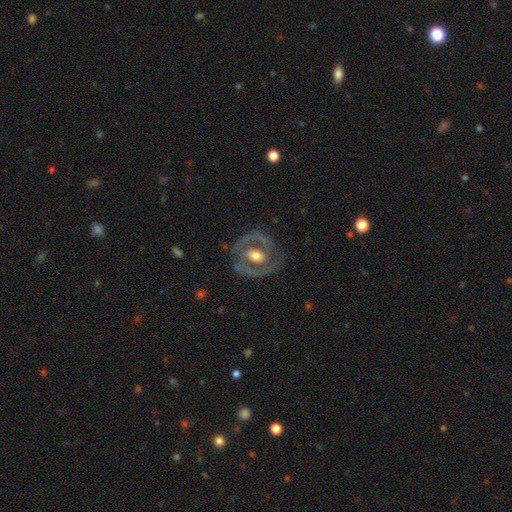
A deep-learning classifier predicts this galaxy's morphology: A featured or disk galaxy (74%) with no bar (54%), spiral arms (56%) and a moderate central bulge (66%).

Vote fractions:
- Smooth or featured? featured or disk: 74% / smooth: 21% / star or artifact: 5%
- Edge-on disk? no: 96% / yes: 4%
- Bar? no: 54% / weak: 31% / strong: 15%
- Spiral arms? yes: 56% / no: 44%
- Bulge size? moderate: 66% / large: 20% / small: 10% / dominant: 2% / none: 1%
- Merging? none: 74% / minor disturbance: 15% / major disturbance: 9% / merger: 2%